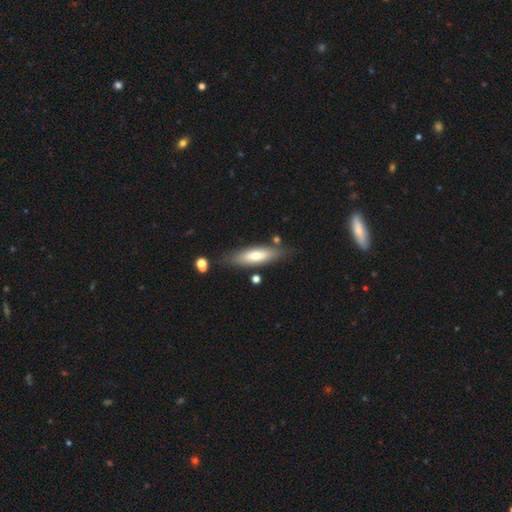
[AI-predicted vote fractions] Morphology: type=smooth (65%); roundness=cigar-shaped (55%); merging=none (79%).